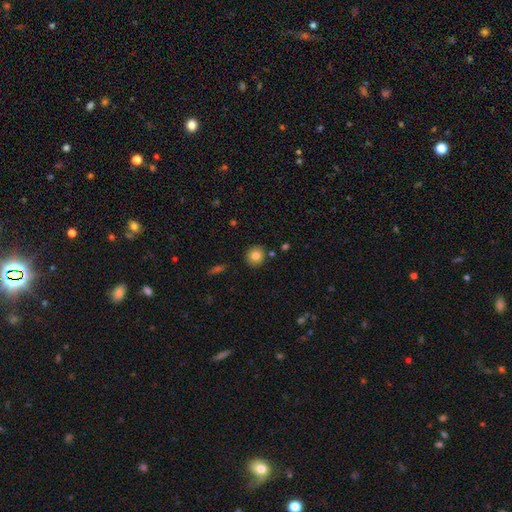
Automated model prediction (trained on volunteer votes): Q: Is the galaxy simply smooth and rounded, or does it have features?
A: smooth — 81%.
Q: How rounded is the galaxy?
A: round — 89%.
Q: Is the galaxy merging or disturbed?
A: none — 87%.